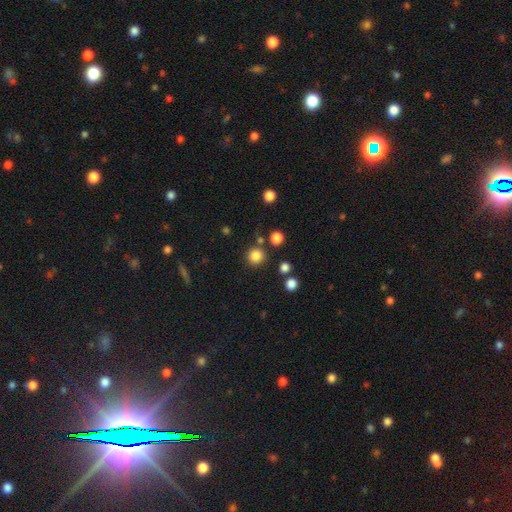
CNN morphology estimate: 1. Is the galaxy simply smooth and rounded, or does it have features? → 83% smooth, 12% star or artifact, 4% featured or disk.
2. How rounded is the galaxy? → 92% round, 7% in between, 1% cigar-shaped.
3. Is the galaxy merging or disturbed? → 82% none, 8% minor disturbance, 7% merger, 3% major disturbance.